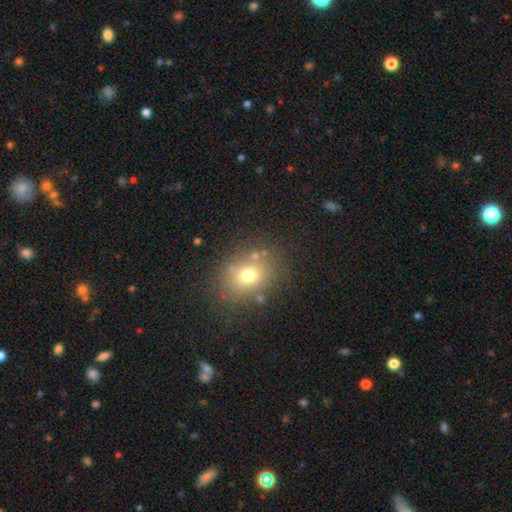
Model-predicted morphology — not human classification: smooth-or-featured: smooth: 69% | star or artifact: 16% | featured or disk: 15%
  how-rounded: round: 51% | in between: 48% | cigar-shaped: 1%
  merging: none: 76% | minor disturbance: 13% | merger: 7% | major disturbance: 5%